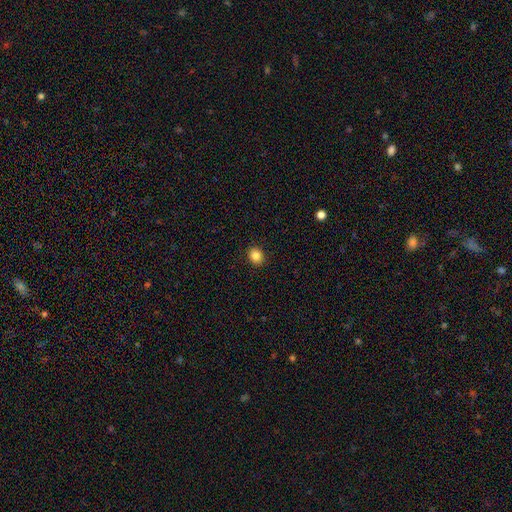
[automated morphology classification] smooth_or_featured: smooth (p=0.85) [alt: star or artifact p=0.10]
how_rounded: round (p=0.68) [alt: in between p=0.31]
merging: none (p=0.91) [alt: minor disturbance p=0.06]